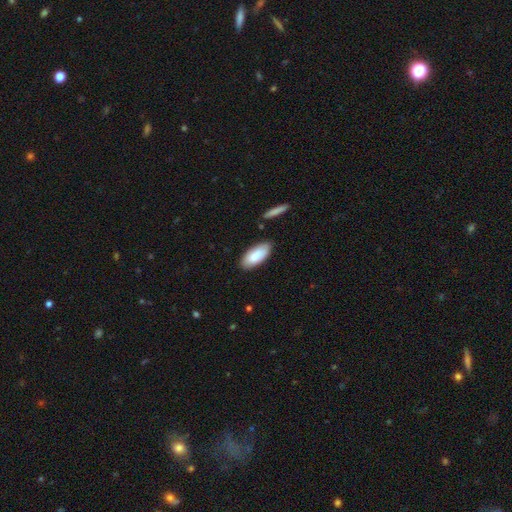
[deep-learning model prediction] A smooth galaxy with no disk features (84%) that is in between round and cigar-shaped (87%).

Vote fractions:
- Smooth or featured? smooth: 84% / featured or disk: 10% / star or artifact: 6%
- How rounded? in between: 87% / cigar-shaped: 11% / round: 2%
- Merging? none: 82% / minor disturbance: 13% / merger: 3% / major disturbance: 2%